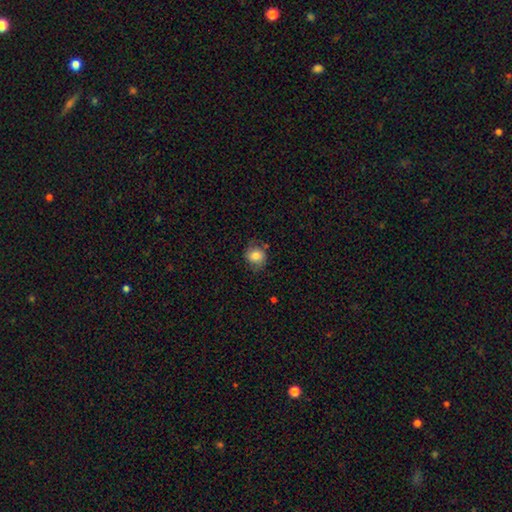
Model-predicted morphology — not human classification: Smooth or featured: smooth — 75% (featured or disk — 16%)
How rounded: round — 81% (in between — 19%)
Merging: none — 71% (minor disturbance — 20%)